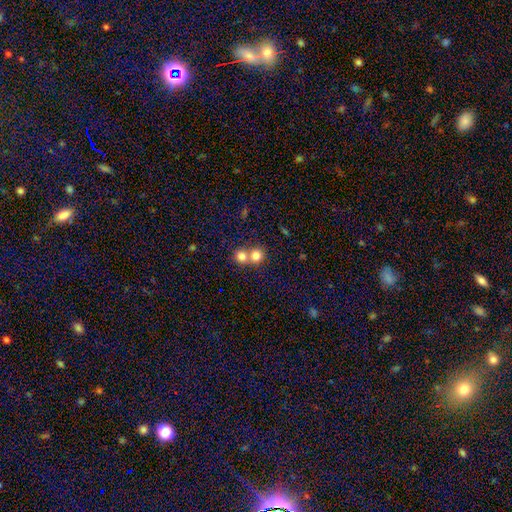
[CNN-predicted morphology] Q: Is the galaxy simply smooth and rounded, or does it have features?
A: smooth — 79%.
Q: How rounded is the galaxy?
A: round — 86%.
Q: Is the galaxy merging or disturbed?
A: merger — 55%.